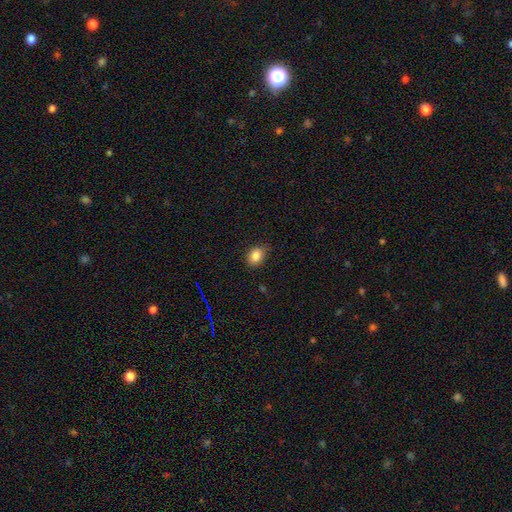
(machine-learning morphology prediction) Smooth or featured? Predicted: smooth (p=0.84). How rounded? Predicted: in between (p=0.63). Merging? Predicted: none (p=0.78).